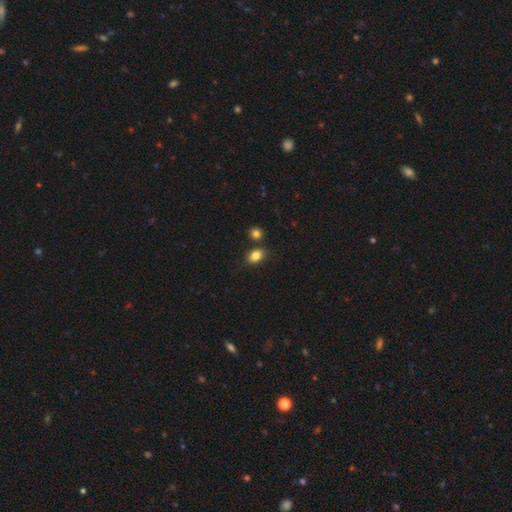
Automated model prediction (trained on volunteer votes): Smooth or featured: smooth — 83% (star or artifact — 10%)
How rounded: in between — 73% (round — 25%)
Merging: none — 77% (minor disturbance — 11%)